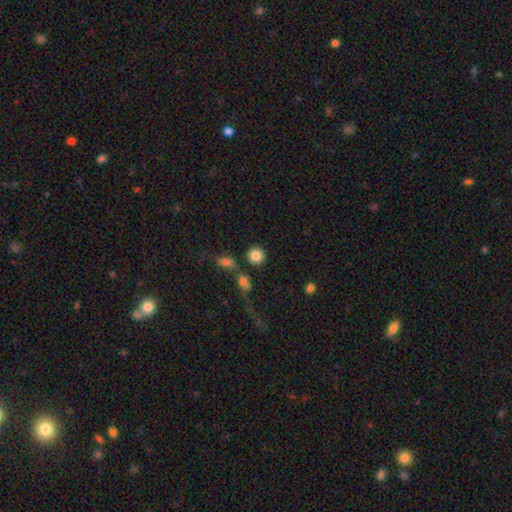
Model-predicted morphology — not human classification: smooth-or-featured: smooth: 84% | star or artifact: 9% | featured or disk: 7%
  how-rounded: round: 89% | in between: 10% | cigar-shaped: 1%
  merging: none: 77% | merger: 10% | minor disturbance: 8% | major disturbance: 5%